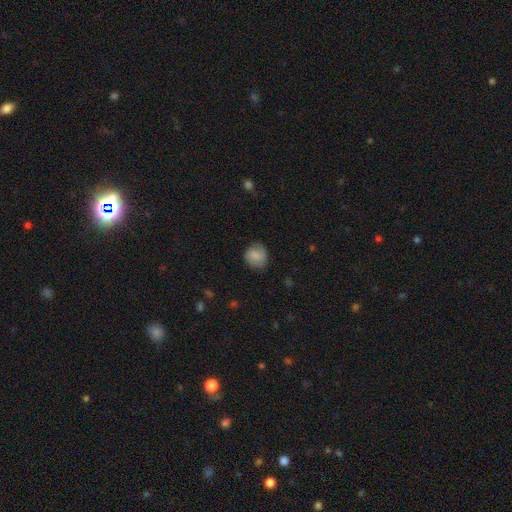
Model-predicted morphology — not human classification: smooth-or-featured: smooth: 80% | featured or disk: 12% | star or artifact: 8%
  how-rounded: round: 77% | in between: 22% | cigar-shaped: 1%
  merging: none: 75% | minor disturbance: 19% | major disturbance: 5% | merger: 1%